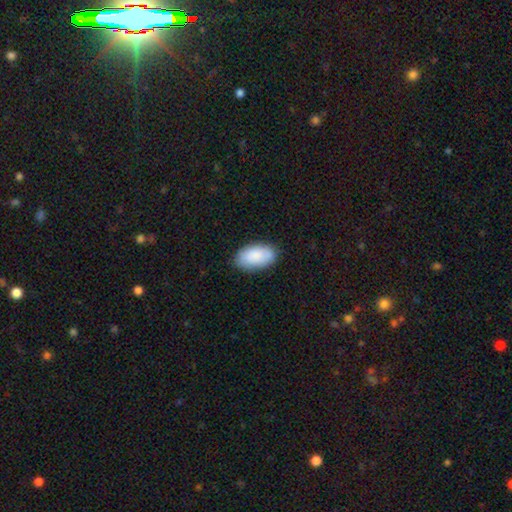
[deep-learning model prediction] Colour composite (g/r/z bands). It shows a smooth galaxy with no disk features (87%) that is in between round and cigar-shaped (95%). Merging: none (84%).